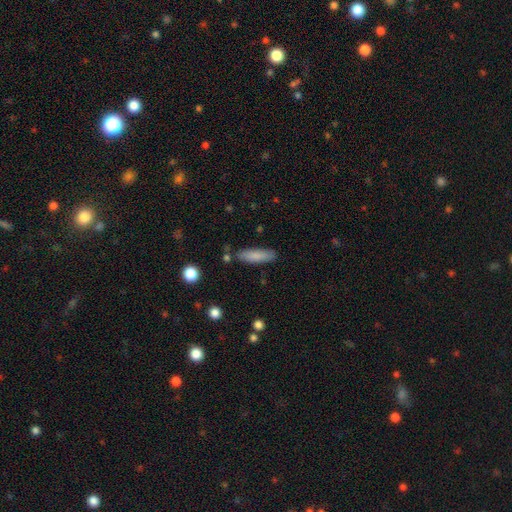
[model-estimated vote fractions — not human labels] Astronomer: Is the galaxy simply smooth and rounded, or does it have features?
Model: smooth — 83%.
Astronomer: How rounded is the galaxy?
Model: cigar-shaped — 62%.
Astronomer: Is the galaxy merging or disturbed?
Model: none — 82%.